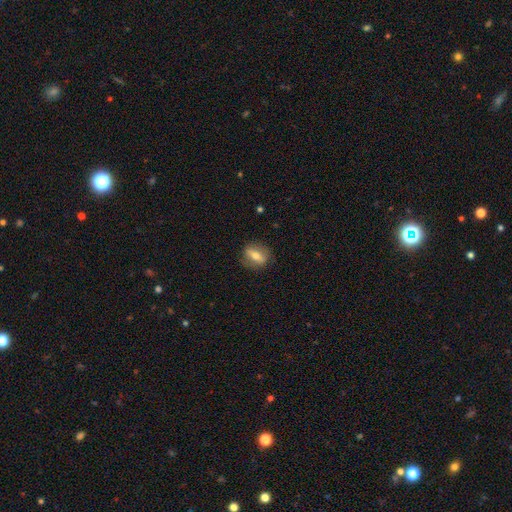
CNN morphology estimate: smooth 53%, featured or disk 39%, star or artifact 8%. Down the decision tree: how rounded — in between (55%); merging — none (82%).